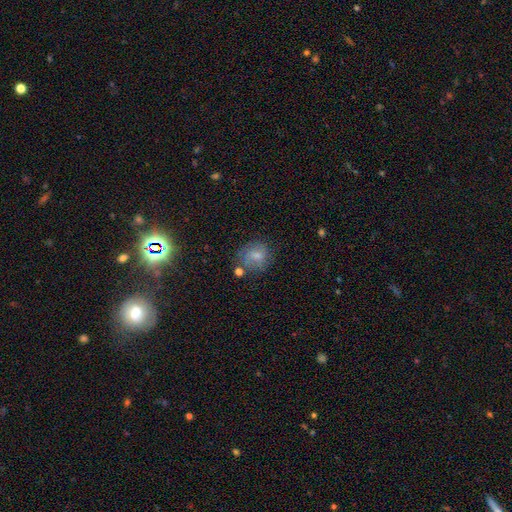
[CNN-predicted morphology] smooth 67%, featured or disk 21%, star or artifact 12%. Down the decision tree: how rounded — round (69%); merging — none (61%).